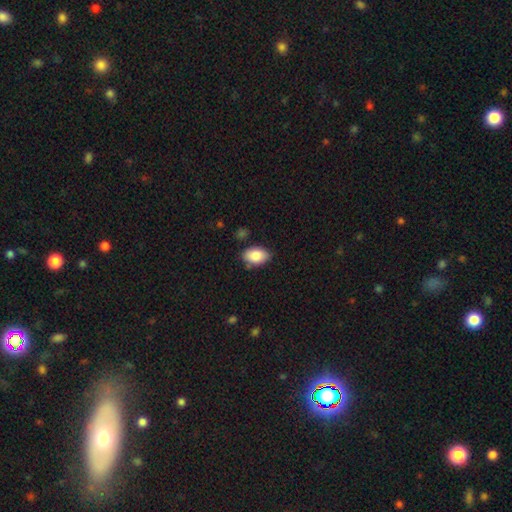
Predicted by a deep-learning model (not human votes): Overall: smooth (85%). How rounded: in between (89%). Merging: none (78%).